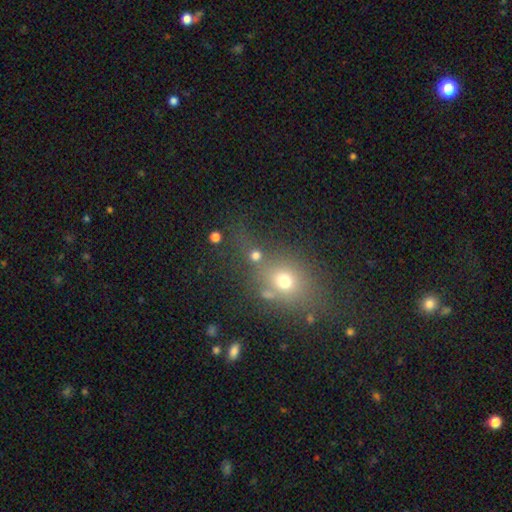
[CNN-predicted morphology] smooth_or_featured: smooth (p=0.66) [alt: star or artifact p=0.24]
how_rounded: round (p=0.77) [alt: in between p=0.20]
merging: none (p=0.61) [alt: merger p=0.23]